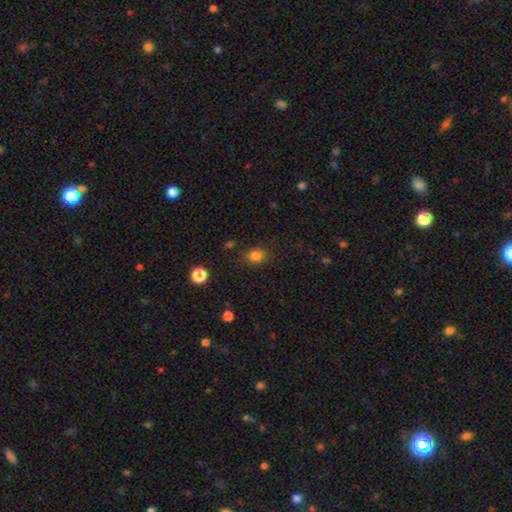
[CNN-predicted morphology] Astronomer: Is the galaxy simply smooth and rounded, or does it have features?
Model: smooth — 82%.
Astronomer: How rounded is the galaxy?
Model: in between — 58% (runner-up: round, 41%).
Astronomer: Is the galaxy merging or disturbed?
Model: none — 82%.